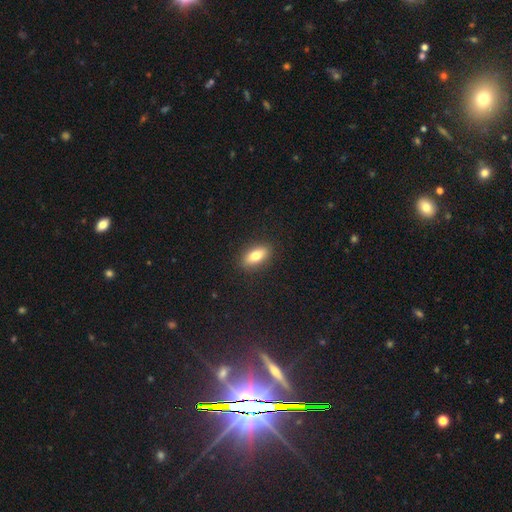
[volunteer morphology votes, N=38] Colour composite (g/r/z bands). It shows a smooth galaxy with no disk features (74%) that is in between round and cigar-shaped (82%). Merging: none (97%).